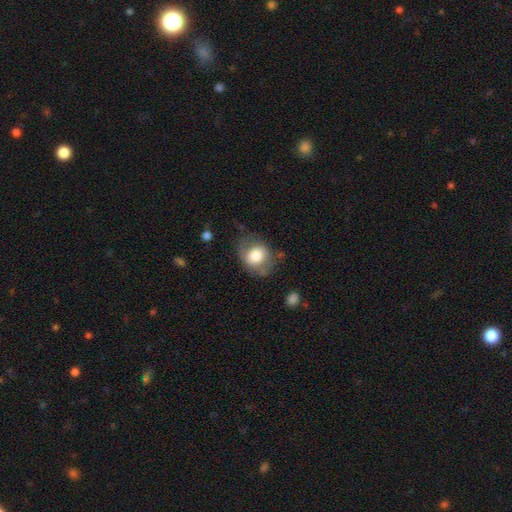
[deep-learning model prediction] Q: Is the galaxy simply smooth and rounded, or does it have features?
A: smooth — 69%.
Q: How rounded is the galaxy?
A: round — 54%.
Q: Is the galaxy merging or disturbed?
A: none — 59%.